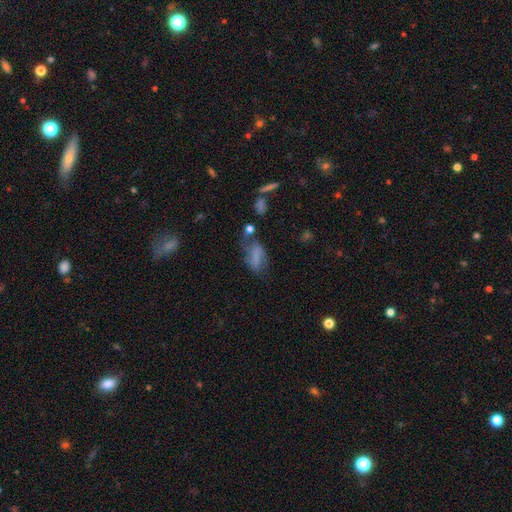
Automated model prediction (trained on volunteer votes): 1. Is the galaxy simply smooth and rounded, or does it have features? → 57% smooth, 29% featured or disk, 13% star or artifact.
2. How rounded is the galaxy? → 83% in between, 10% cigar-shaped, 7% round.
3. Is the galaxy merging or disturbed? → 39% none, 27% minor disturbance, 24% major disturbance, 10% merger.